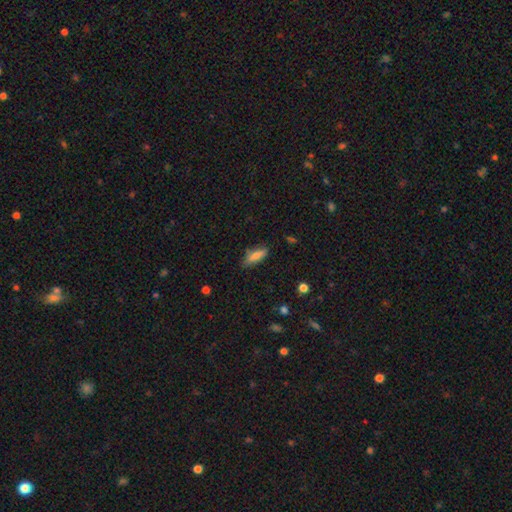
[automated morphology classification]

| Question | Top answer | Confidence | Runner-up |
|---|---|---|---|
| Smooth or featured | smooth | 75% | featured or disk (18%) |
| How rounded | in between | 51% | cigar-shaped (46%) |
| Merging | none | 77% | minor disturbance (18%) |